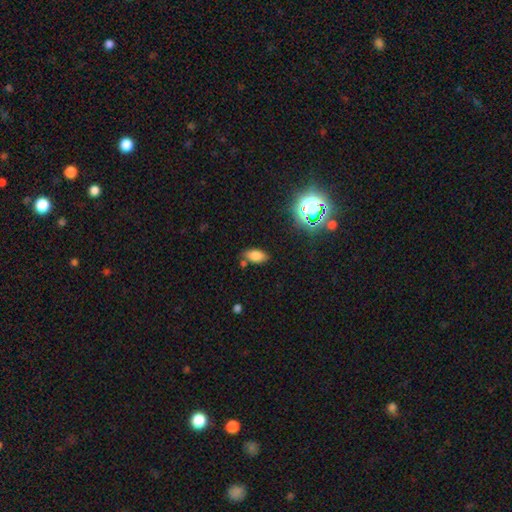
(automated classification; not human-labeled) Smooth or featured: smooth — 77% (star or artifact — 15%)
How rounded: in between — 90% (cigar-shaped — 5%)
Merging: none — 76% (minor disturbance — 14%)